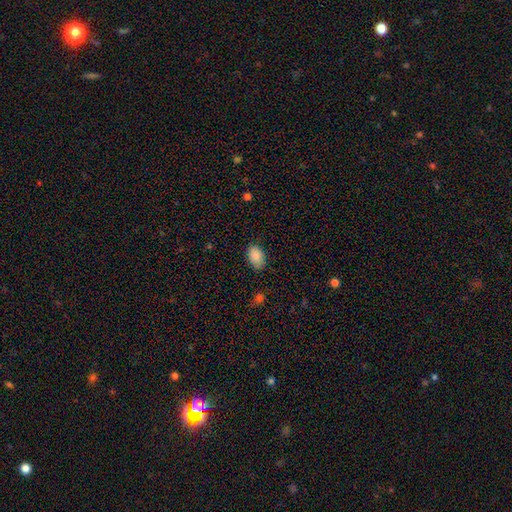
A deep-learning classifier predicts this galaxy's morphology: smooth_or_featured: smooth (p=0.89) [alt: star or artifact p=0.08]
how_rounded: in between (p=0.89) [alt: round p=0.10]
merging: none (p=0.80) [alt: minor disturbance p=0.16]